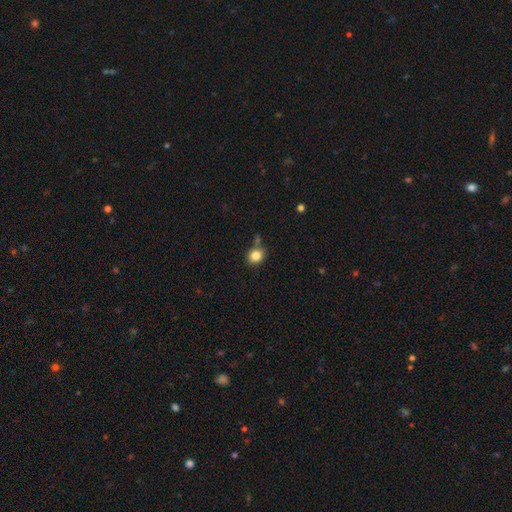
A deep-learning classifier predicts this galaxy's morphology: Smooth or featured?
  - smooth: 83% *
  - star or artifact: 11%
  - featured or disk: 6%
How rounded?
  - round: 75% *
  - in between: 24%
  - cigar-shaped: 1%
Merging?
  - none: 73% *
  - minor disturbance: 13%
  - merger: 10%
  - major disturbance: 3%